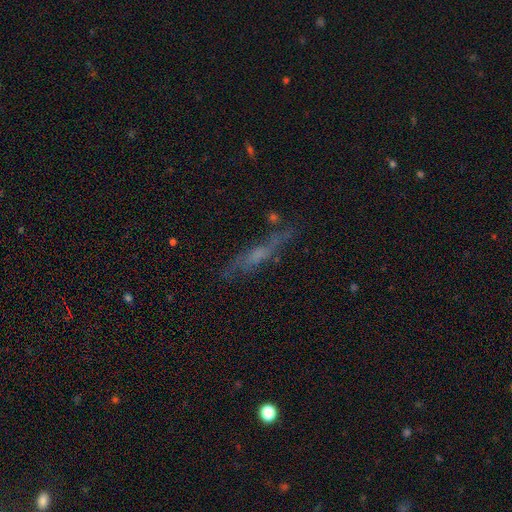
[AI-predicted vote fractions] featured or disk 55%, smooth 30%, star or artifact 15%. Down the decision tree: edge-on disk — yes (69%); merging — none (67%).